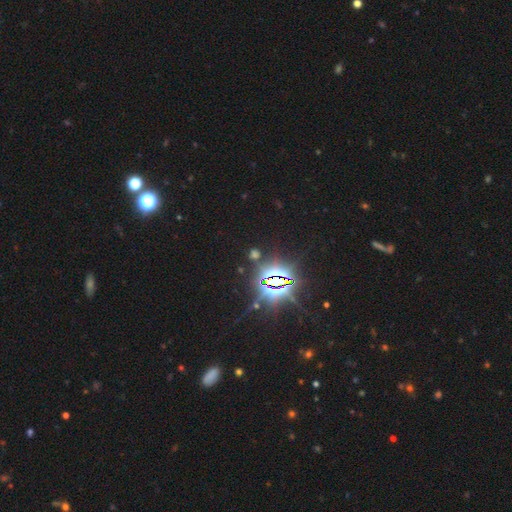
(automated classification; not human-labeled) Smooth or featured: star or artifact — 85% (smooth — 8%)